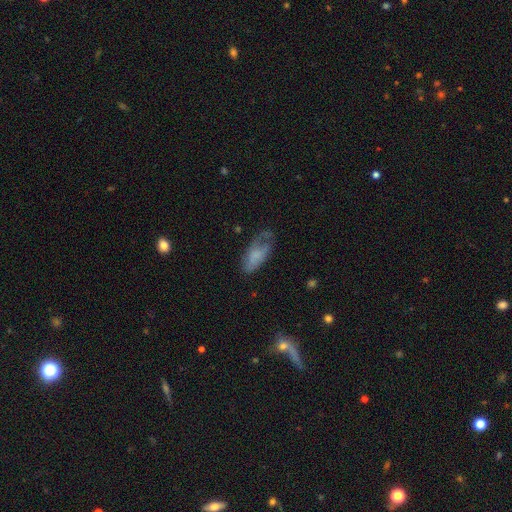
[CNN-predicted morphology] This appears to be a smooth galaxy with no disk features (59%) that is in between round and cigar-shaped (87%). Merging: none (44%).